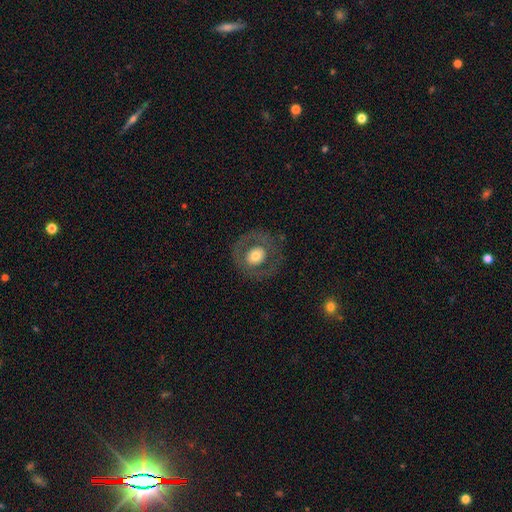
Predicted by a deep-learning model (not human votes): A smooth galaxy with no disk features (51%) that is round (79%). Merging: none (78%).